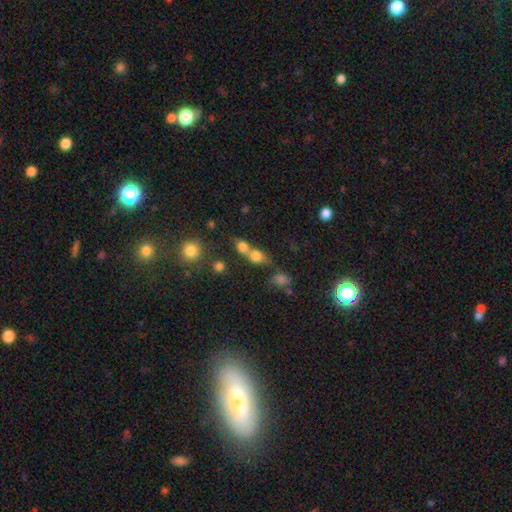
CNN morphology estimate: A smooth galaxy with no disk features (74%) that is round (61%). Merging: merger (63%).